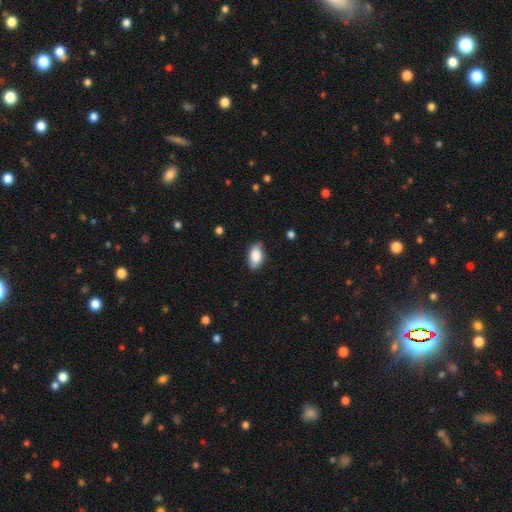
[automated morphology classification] type=smooth (83%); roundness=in between (93%); merging=none (81%).